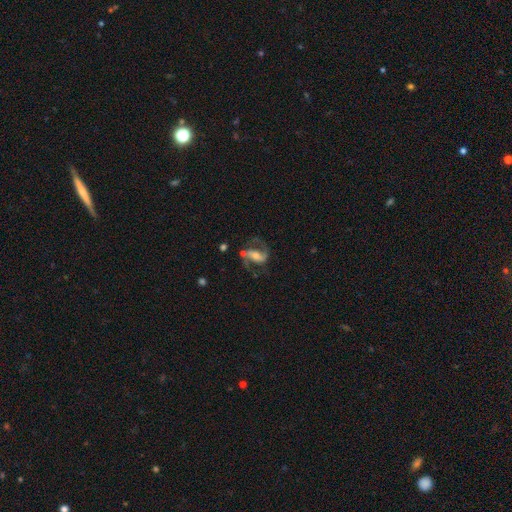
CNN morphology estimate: Overall: featured or disk (83%). Edge-on disk: no (96%). Bar: strong (45%; weak 33%). Spiral arms: yes (94%). Spiral arm count: 2 (90%). Spiral winding: medium (53%; loose 33%). Bulge size: moderate (51%; small 38%). Merging: none (64%).